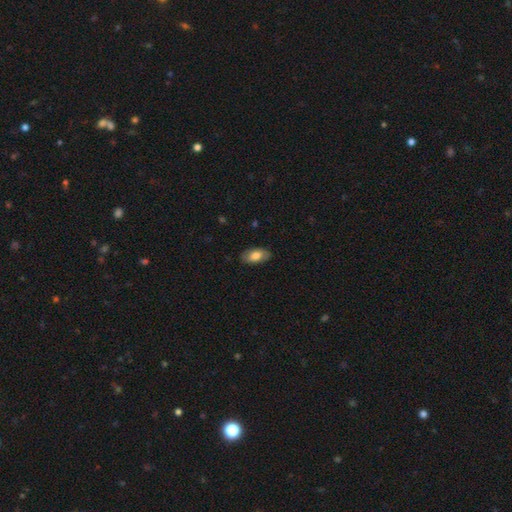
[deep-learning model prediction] Q: Smooth or featured?
A: smooth (72%); runner-up: featured or disk (22%)
Q: How rounded?
A: in between (93%); runner-up: cigar-shaped (4%)
Q: Merging?
A: none (85%); runner-up: minor disturbance (12%)